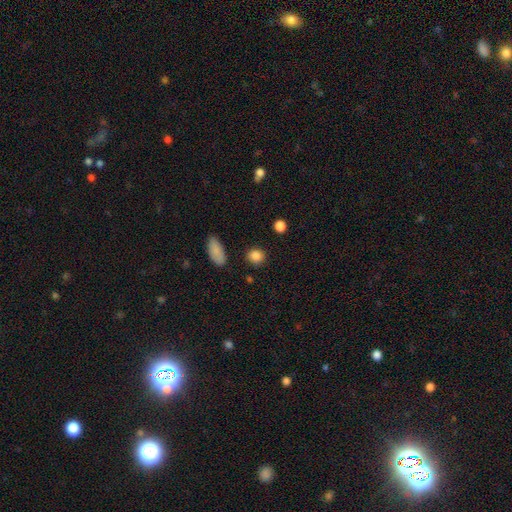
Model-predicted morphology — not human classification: This is clearly a smooth galaxy (86%). How rounded: likely round (79%). Merging: clearly none (86%).